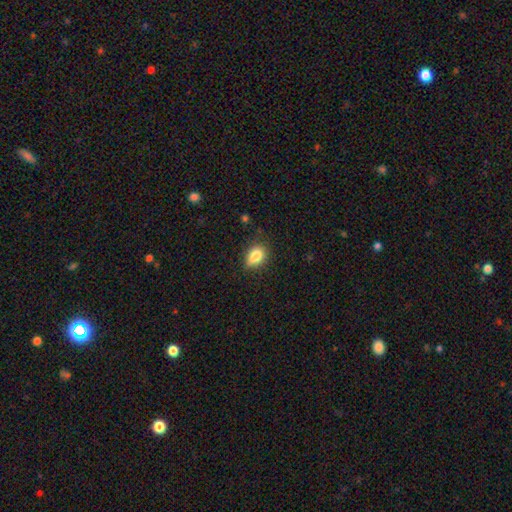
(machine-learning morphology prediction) A smooth galaxy with no disk features (83%) that is in between round and cigar-shaped (75%).

Vote fractions:
- Smooth or featured? smooth: 83% / star or artifact: 9% / featured or disk: 7%
- How rounded? in between: 75% / round: 22% / cigar-shaped: 2%
- Merging? none: 68% / minor disturbance: 25% / major disturbance: 5% / merger: 2%